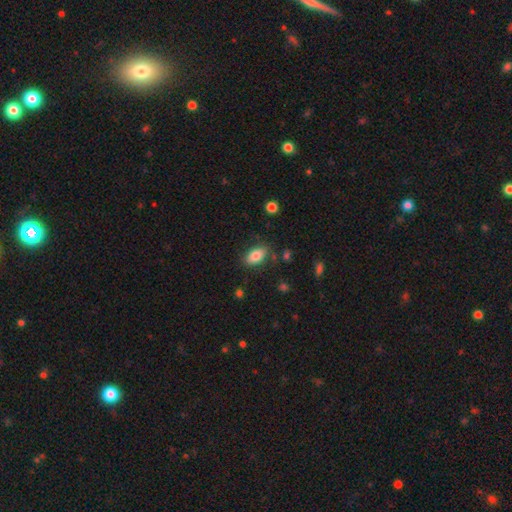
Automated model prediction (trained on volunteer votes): Smooth or featured? Predicted: smooth (p=0.82). How rounded? Predicted: in between (p=0.90). Merging? Predicted: none (p=0.82).